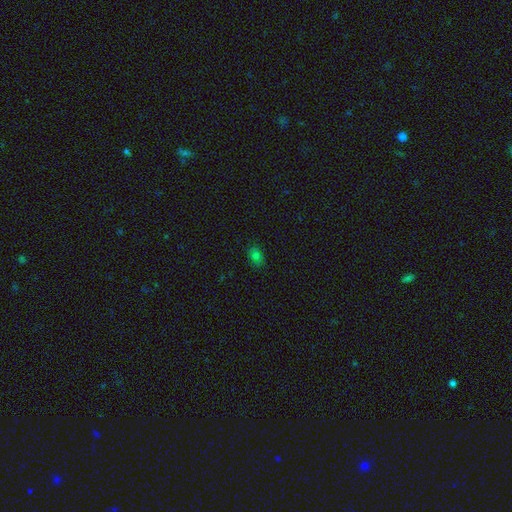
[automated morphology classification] Smooth or featured: smooth — 76% (star or artifact — 16%)
How rounded: in between — 73% (round — 26%)
Merging: none — 84% (minor disturbance — 13%)